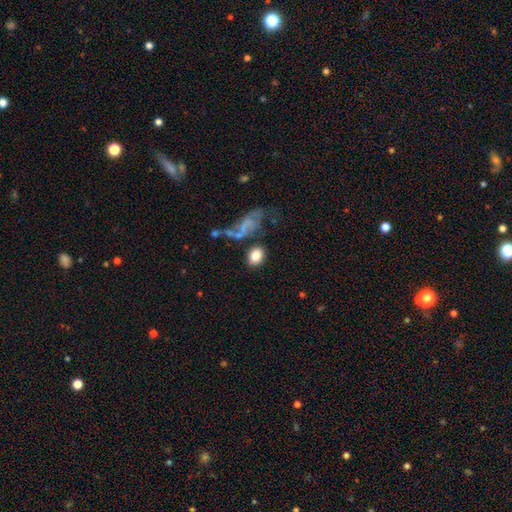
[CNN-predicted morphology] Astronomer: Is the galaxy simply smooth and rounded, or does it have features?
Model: smooth — 82%.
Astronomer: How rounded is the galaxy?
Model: in between — 72%.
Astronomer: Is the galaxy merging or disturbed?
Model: none — 62%.